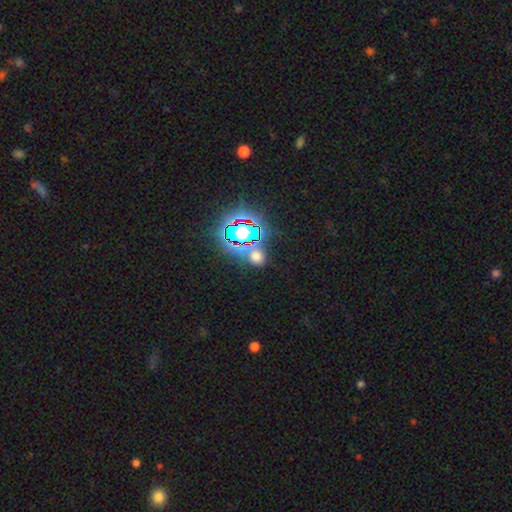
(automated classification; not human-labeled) This appears to be a star or artifact, not a galaxy (47%).